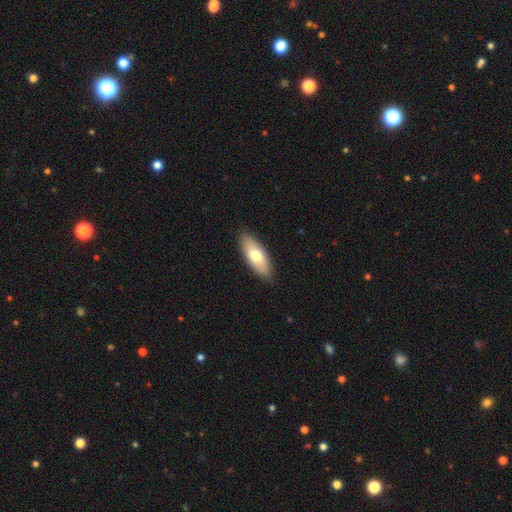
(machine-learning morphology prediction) A smooth galaxy with no disk features (71%) that is in between round and cigar-shaped (74%).

Vote fractions:
- Smooth or featured? smooth: 71% / featured or disk: 24% / star or artifact: 6%
- How rounded? in between: 74% / cigar-shaped: 23% / round: 2%
- Merging? none: 88% / minor disturbance: 10% / major disturbance: 2% / merger: 1%